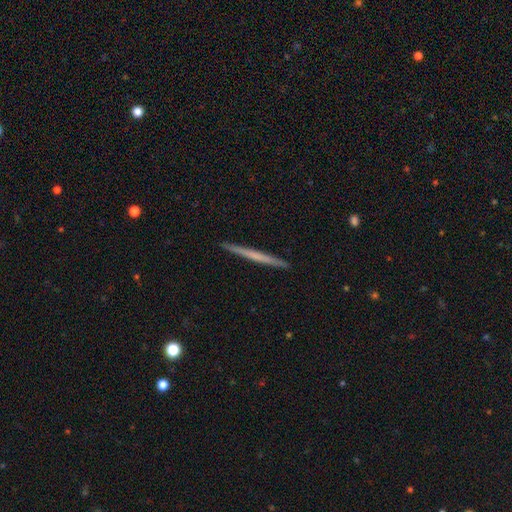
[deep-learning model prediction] smooth-or-featured: featured or disk: 49% | smooth: 46% | star or artifact: 5%
  merging: none: 93% | minor disturbance: 5% | major disturbance: 1% | merger: 1%